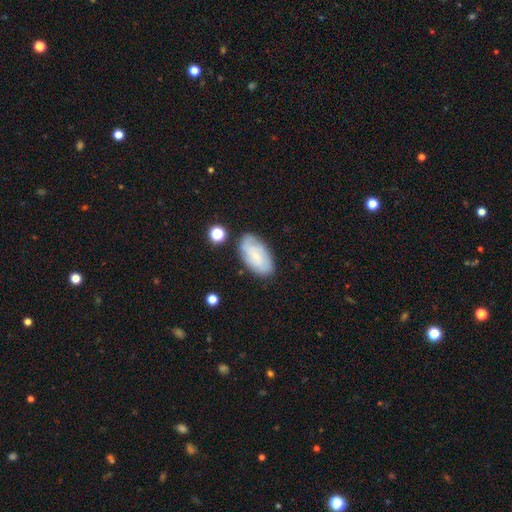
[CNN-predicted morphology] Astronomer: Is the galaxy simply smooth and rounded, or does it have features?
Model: smooth — 56% (runner-up: featured or disk, 36%).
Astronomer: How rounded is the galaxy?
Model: in between — 93%.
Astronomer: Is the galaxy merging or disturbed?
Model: none — 73%.